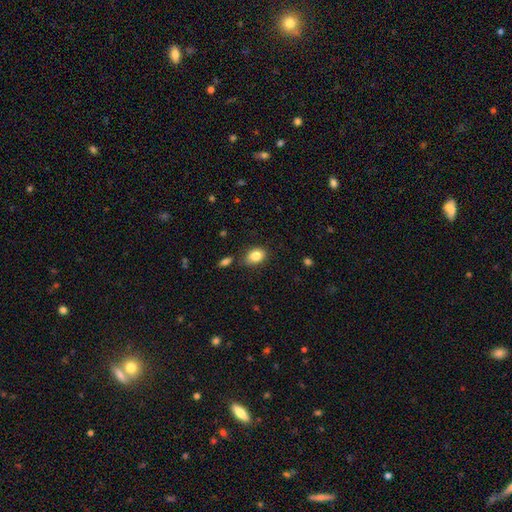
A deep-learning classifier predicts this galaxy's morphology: Q: Smooth or featured?
A: smooth (85%); runner-up: star or artifact (8%)
Q: How rounded?
A: in between (78%); runner-up: round (21%)
Q: Merging?
A: none (76%); runner-up: minor disturbance (16%)